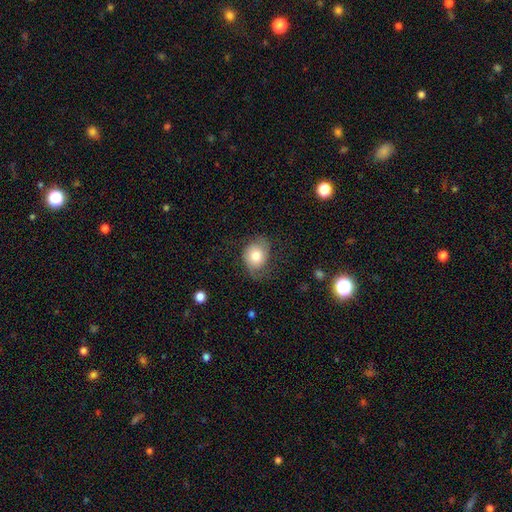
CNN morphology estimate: type=smooth (63%); roundness=round (55%); merging=none (55%).